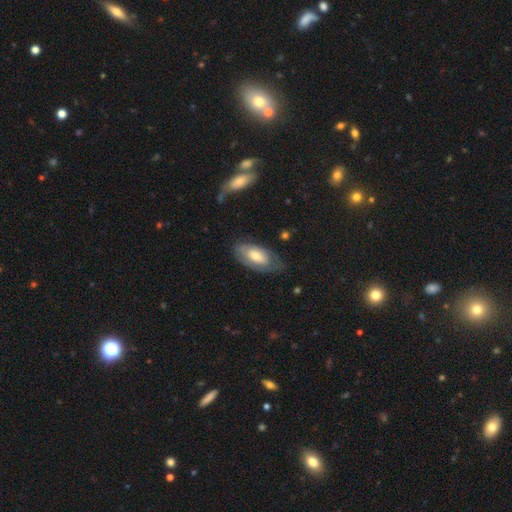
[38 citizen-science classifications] Smooth or featured?
  - featured or disk: 61% *
  - smooth: 39%
  - star or artifact: 0%
Edge-on disk?
  - no: 78% *
  - yes: 22%
Bar?
  - weak: 56% *
  - no: 44%
  - strong: 0%
Spiral arms?
  - yes: 78% *
  - no: 22%
Spiral winding?
  - tight: 57% *
  - medium: 29%
  - loose: 14%
Spiral arm count?
  - can't tell: 57% *
  - 2: 43%
  - 1: 0%
  - 3: 0%
  - 4: 0%
  - more than 4: 0%
Bulge size?
  - moderate: 44% *
  - small: 39%
  - large: 17%
  - dominant: 0%
  - none: 0%
Merging?
  - none: 76% *
  - minor disturbance: 18%
  - major disturbance: 5%
  - merger: 0%